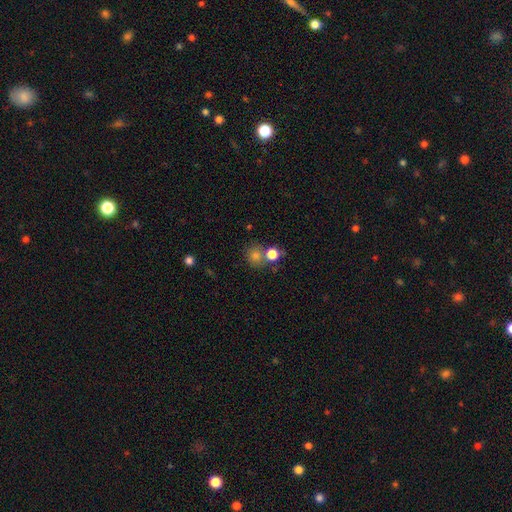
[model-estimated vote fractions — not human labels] smooth-or-featured: smooth: 74% | star or artifact: 17% | featured or disk: 9%
  how-rounded: round: 85% | in between: 14% | cigar-shaped: 1%
  merging: none: 59% | merger: 27% | minor disturbance: 9% | major disturbance: 4%